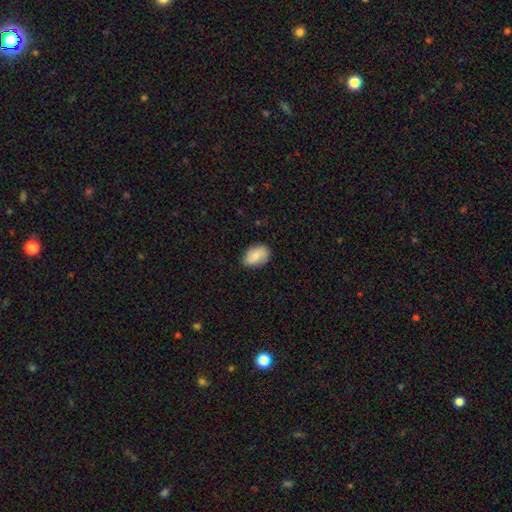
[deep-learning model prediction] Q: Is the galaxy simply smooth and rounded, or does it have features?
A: smooth — 78%.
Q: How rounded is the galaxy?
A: in between — 87%.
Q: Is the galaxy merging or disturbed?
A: none — 80%.